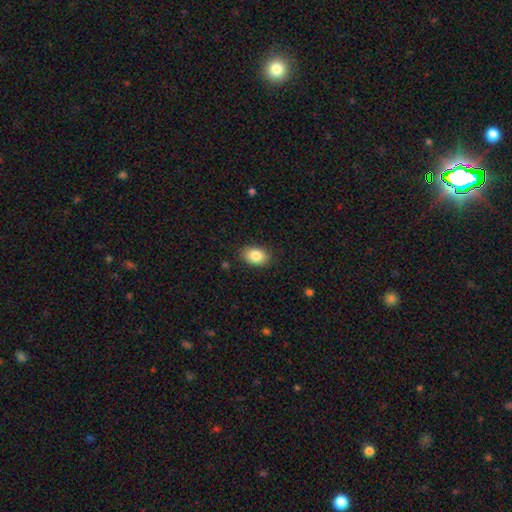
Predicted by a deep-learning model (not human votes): Morphology: type=smooth (85%); roundness=in between (82%); merging=none (86%).